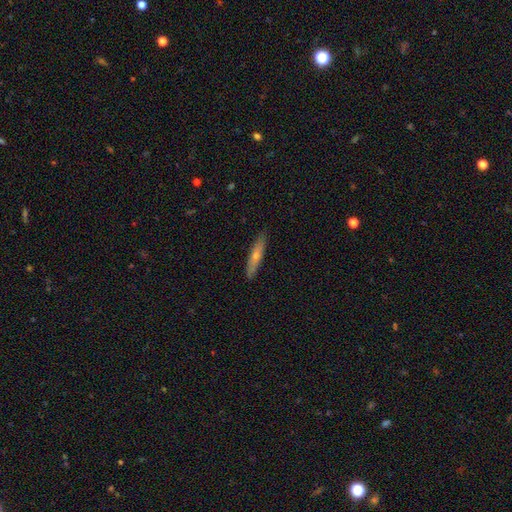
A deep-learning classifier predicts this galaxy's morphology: smooth_or_featured: smooth (p=0.48) [alt: featured or disk p=0.45]
merging: none (p=0.90) [alt: minor disturbance p=0.08]